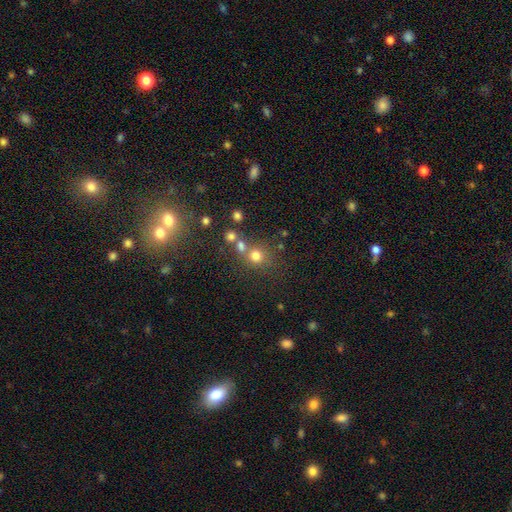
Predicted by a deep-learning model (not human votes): Q: Smooth or featured?
A: smooth (71%); runner-up: star or artifact (19%)
Q: How rounded?
A: round (87%); runner-up: in between (12%)
Q: Merging?
A: none (59%); runner-up: merger (26%)